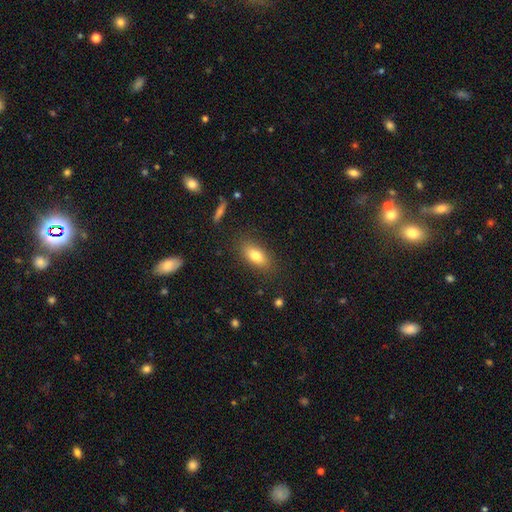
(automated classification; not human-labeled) smooth-or-featured: smooth: 79% | featured or disk: 13% | star or artifact: 8%
  how-rounded: in between: 84% | cigar-shaped: 10% | round: 6%
  merging: none: 84% | minor disturbance: 11% | major disturbance: 3% | merger: 2%